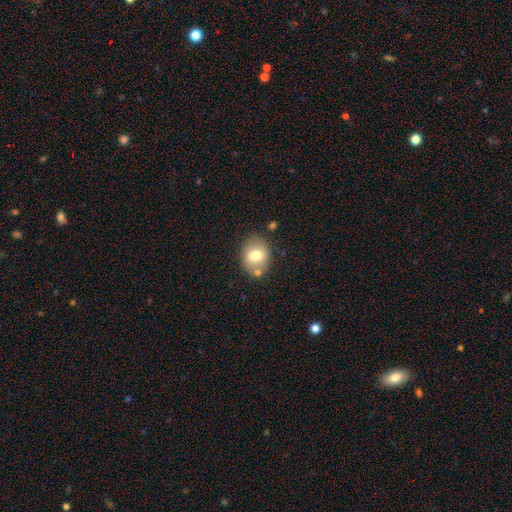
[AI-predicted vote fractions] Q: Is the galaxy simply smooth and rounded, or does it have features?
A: smooth — 70%.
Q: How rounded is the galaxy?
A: in between — 50%.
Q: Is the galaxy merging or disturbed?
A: none — 73%.